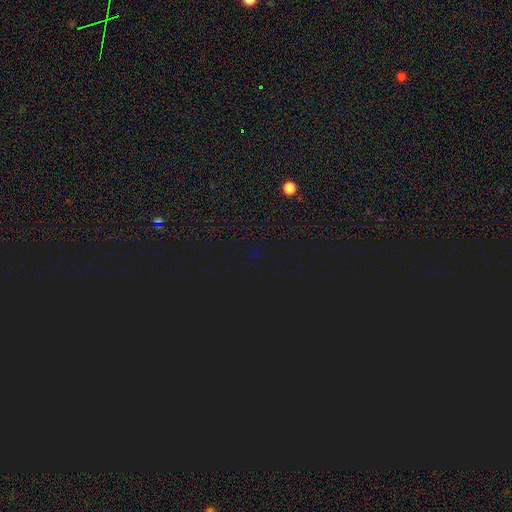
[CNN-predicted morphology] Q: Smooth or featured?
A: star or artifact (80%); runner-up: smooth (14%)